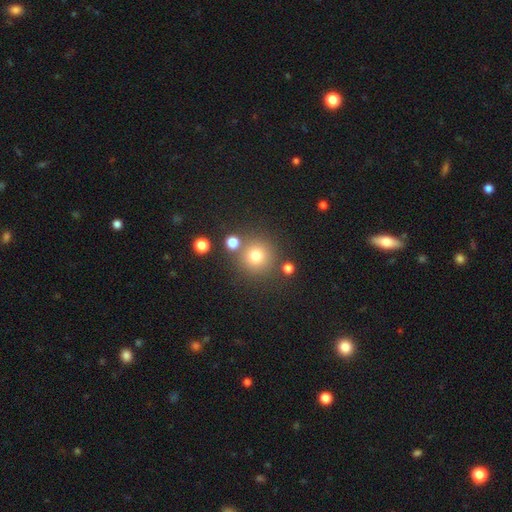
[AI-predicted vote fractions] Smooth or featured? Predicted: smooth (p=0.75). How rounded? Predicted: round (p=0.94). Merging? Predicted: none (p=0.80).